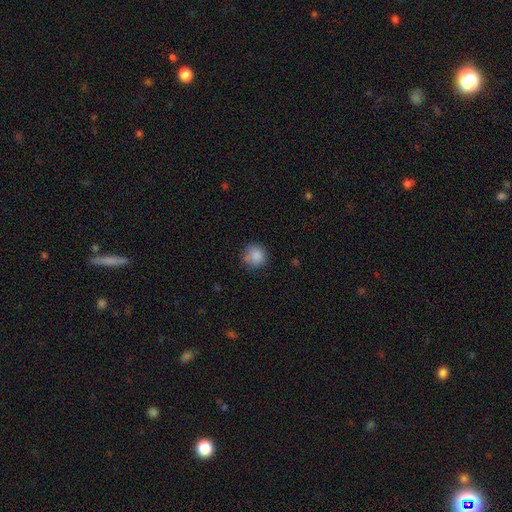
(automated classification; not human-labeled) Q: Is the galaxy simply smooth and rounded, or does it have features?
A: smooth — 86%.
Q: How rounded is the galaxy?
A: round — 91%.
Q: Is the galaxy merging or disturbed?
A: none — 77%.